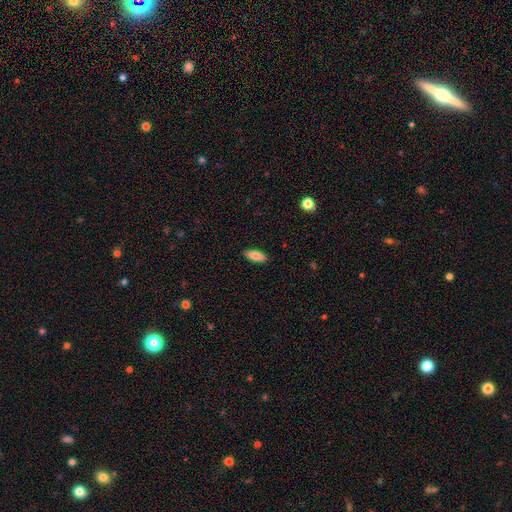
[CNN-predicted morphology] This is clearly a smooth galaxy (85%). How rounded: likely in between (72%). Merging: clearly none (90%).